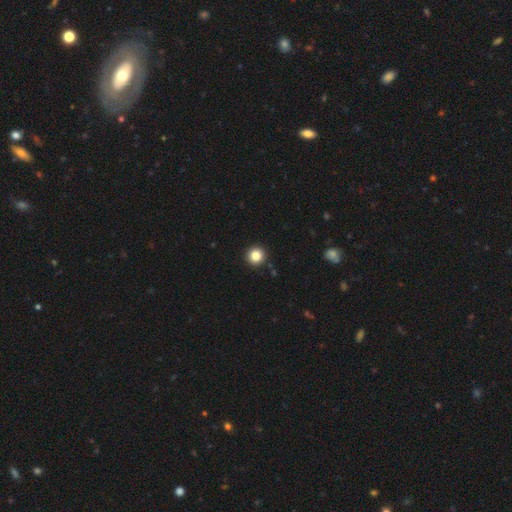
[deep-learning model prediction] A smooth galaxy with no disk features (84%) that is round (96%).

Vote fractions:
- Smooth or featured? smooth: 84% / star or artifact: 11% / featured or disk: 5%
- How rounded? round: 96% / in between: 3% / cigar-shaped: 1%
- Merging? none: 93% / minor disturbance: 4% / major disturbance: 1% / merger: 1%